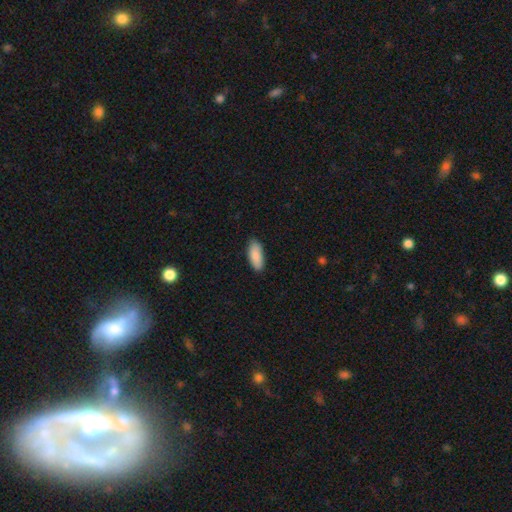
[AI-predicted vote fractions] Smooth or featured: smooth — 89% (star or artifact — 6%)
How rounded: in between — 80% (cigar-shaped — 18%)
Merging: none — 86% (minor disturbance — 11%)